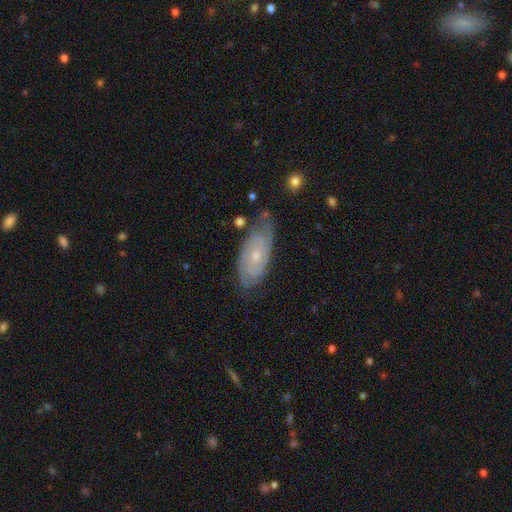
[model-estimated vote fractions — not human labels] Smooth or featured? featured or disk (82%)
Edge-on disk? no (94%)
Bar? no (69%)
Spiral arms? yes (95%)
Spiral winding? tight (70%)
Spiral arm count? 2 (64%)
Bulge size? small (67%)
Merging? none (73%)